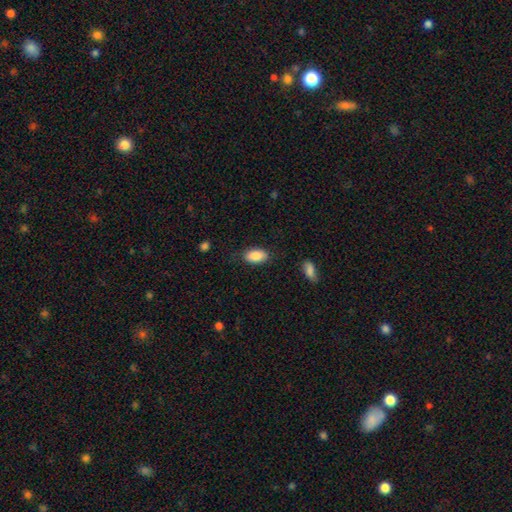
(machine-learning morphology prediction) This is clearly a smooth galaxy (88%). How rounded: clearly in between (93%). Merging: clearly none (82%).